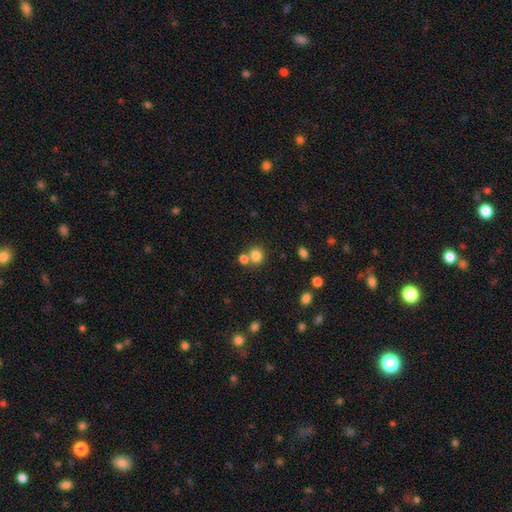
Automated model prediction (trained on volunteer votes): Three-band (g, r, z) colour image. It shows a smooth galaxy with no disk features (81%) that is round (84%). Merging: none (59%).